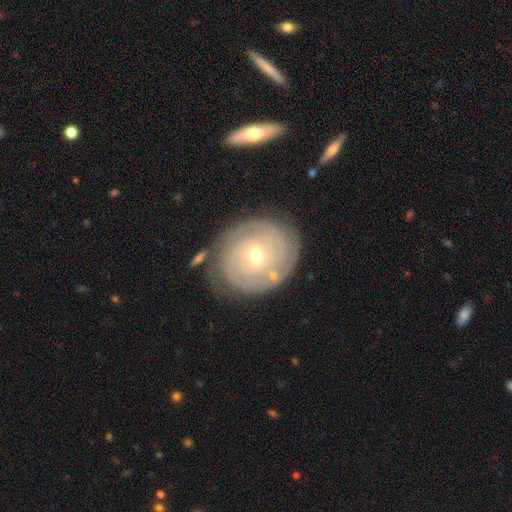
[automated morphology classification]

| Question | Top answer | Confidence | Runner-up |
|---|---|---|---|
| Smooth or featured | featured or disk | 84% | smooth (10%) |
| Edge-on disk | no | 97% | yes (3%) |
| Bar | no | 54% | weak (37%) |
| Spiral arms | yes | 95% | no (5%) |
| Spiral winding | tight | 86% | medium (11%) |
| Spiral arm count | can't tell | 31% | 2 (24%) |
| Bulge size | moderate | 50% | small (47%) |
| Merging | none | 78% | minor disturbance (14%) |